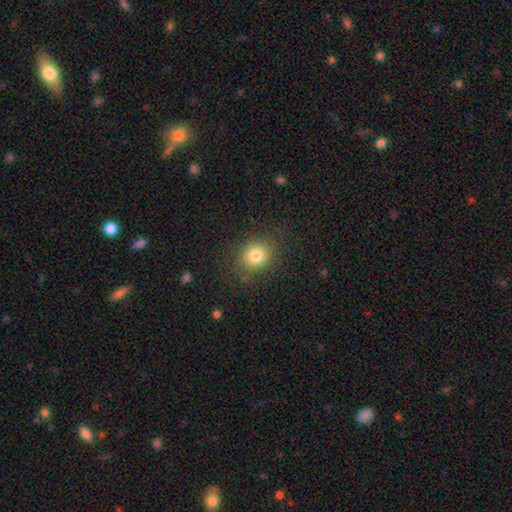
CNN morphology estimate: Overall: smooth (81%). How rounded: round (78%). Merging: none (85%).